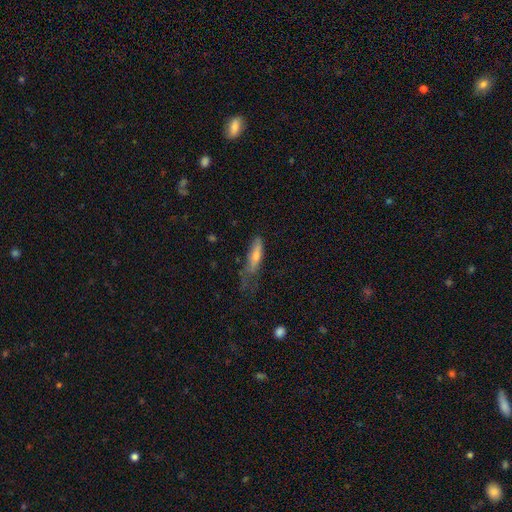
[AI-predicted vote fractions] smooth-or-featured: smooth: 63% | featured or disk: 30% | star or artifact: 8%
  how-rounded: cigar-shaped: 67% | in between: 31% | round: 2%
  merging: none: 35% | minor disturbance: 34% | major disturbance: 29% | merger: 3%